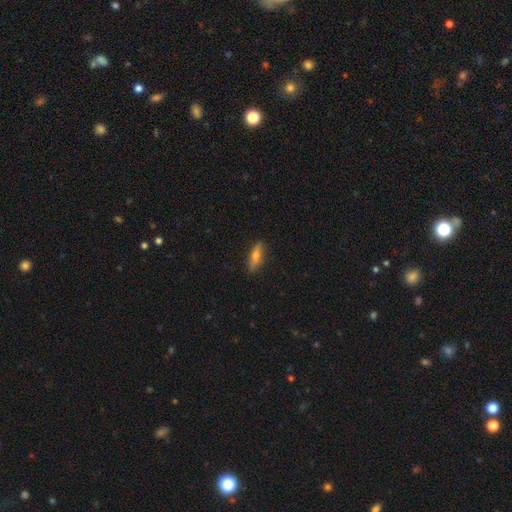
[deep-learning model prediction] Morphology: type=smooth (58%); roundness=cigar-shaped (60%); merging=none (87%).